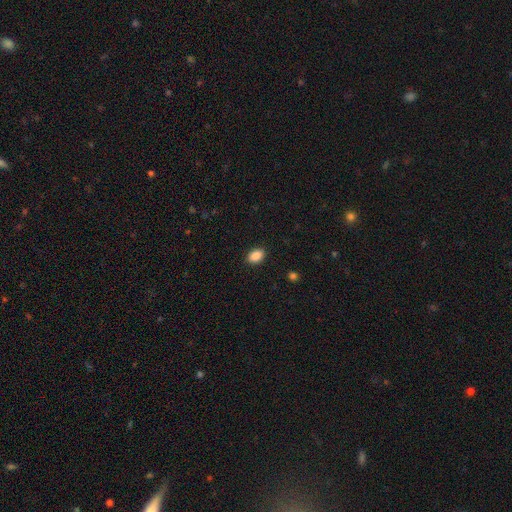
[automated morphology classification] smooth-or-featured: smooth: 89% | star or artifact: 8% | featured or disk: 3%
  how-rounded: in between: 86% | round: 13% | cigar-shaped: 1%
  merging: none: 90% | minor disturbance: 8% | major disturbance: 2% | merger: 1%